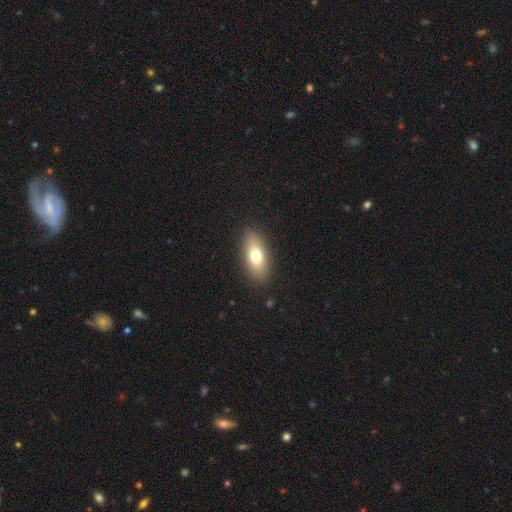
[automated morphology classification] Q: Smooth or featured?
A: smooth (72%); runner-up: featured or disk (20%)
Q: How rounded?
A: in between (81%); runner-up: cigar-shaped (14%)
Q: Merging?
A: none (86%); runner-up: minor disturbance (10%)